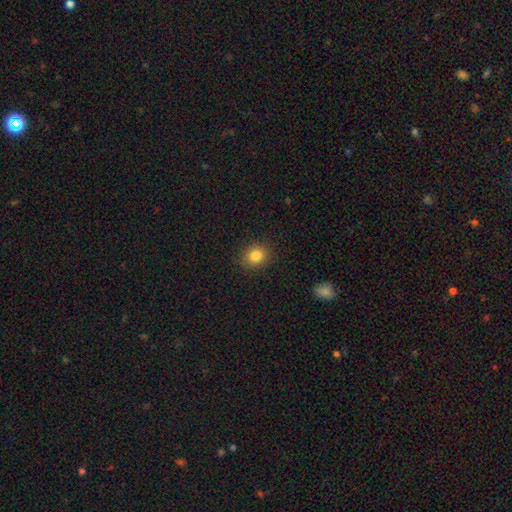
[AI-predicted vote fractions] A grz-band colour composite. It shows a smooth galaxy with no disk features (83%) that is round (76%). Merging: none (89%).